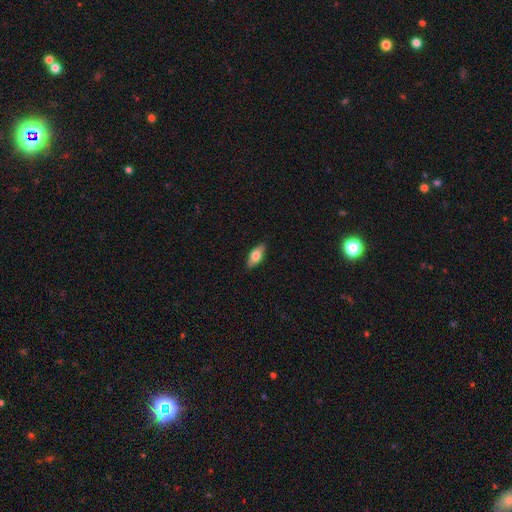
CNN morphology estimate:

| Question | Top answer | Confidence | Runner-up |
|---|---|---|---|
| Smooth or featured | smooth | 70% | featured or disk (24%) |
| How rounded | in between | 84% | cigar-shaped (14%) |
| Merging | none | 88% | minor disturbance (10%) |